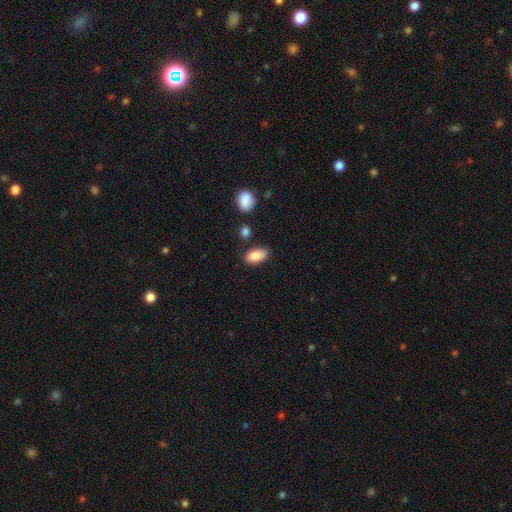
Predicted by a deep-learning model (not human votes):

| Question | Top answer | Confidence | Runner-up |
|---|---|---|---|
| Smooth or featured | smooth | 88% | star or artifact (7%) |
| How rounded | in between | 92% | round (5%) |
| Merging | none | 78% | minor disturbance (14%) |